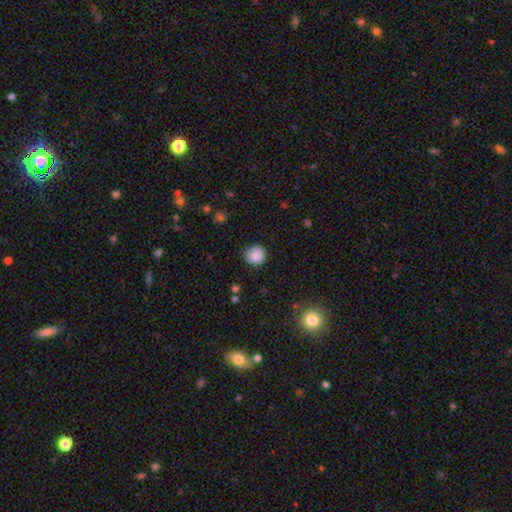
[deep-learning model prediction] This appears to be a smooth galaxy with no disk features (85%) that is round (86%). Merging: none (75%).